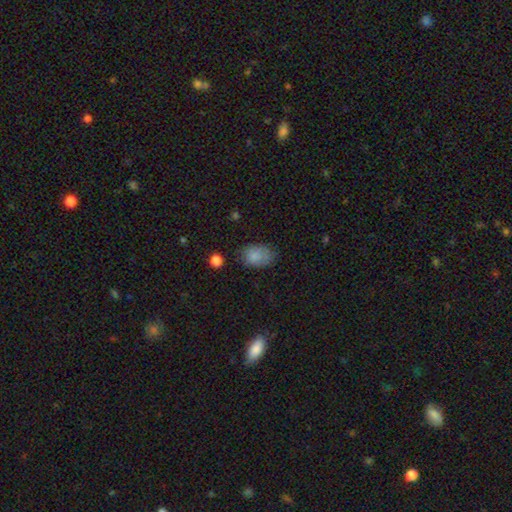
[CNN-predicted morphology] Q: Smooth or featured?
A: smooth (82%); runner-up: star or artifact (9%)
Q: How rounded?
A: in between (79%); runner-up: round (20%)
Q: Merging?
A: none (63%); runner-up: minor disturbance (26%)